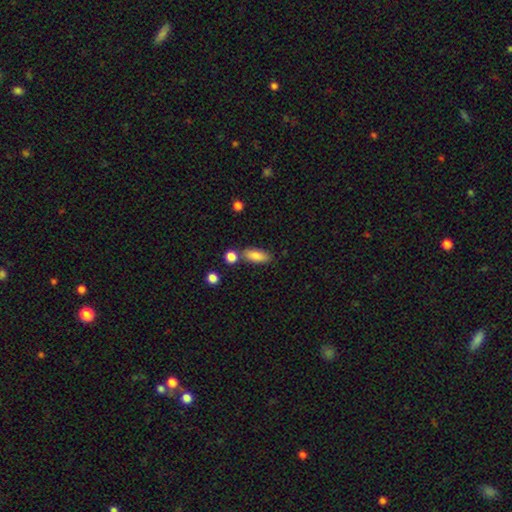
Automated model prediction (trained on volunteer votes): smooth 83%, featured or disk 9%, star or artifact 7%. Down the decision tree: how rounded — in between (77%); merging — none (70%).